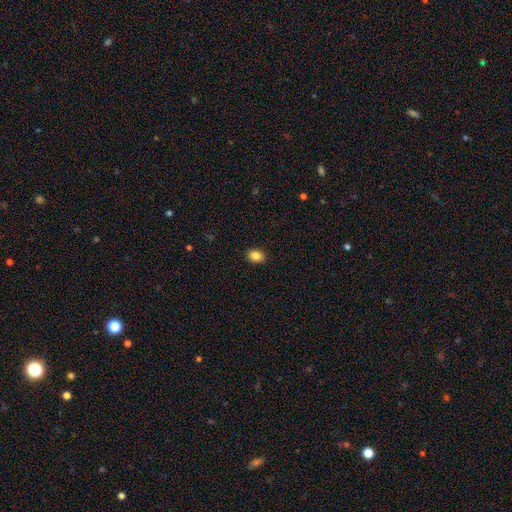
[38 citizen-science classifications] Smooth or featured?
  - smooth: 92% *
  - star or artifact: 8%
  - featured or disk: 0%
How rounded?
  - in between: 74% *
  - round: 26%
  - cigar-shaped: 0%
Merging?
  - none: 89% *
  - minor disturbance: 11%
  - major disturbance: 0%
  - merger: 0%